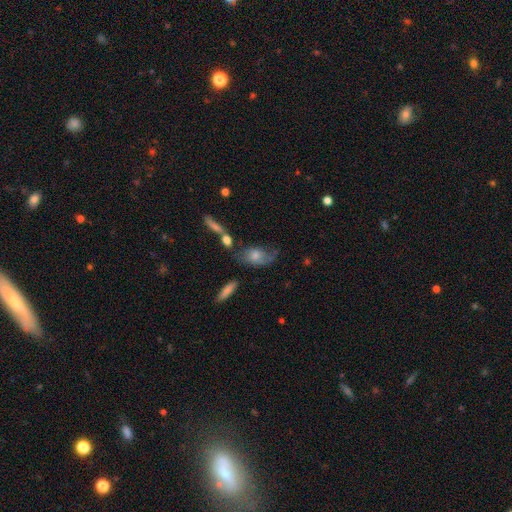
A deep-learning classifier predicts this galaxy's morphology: smooth 59%, featured or disk 33%, star or artifact 8%. Down the decision tree: how rounded — in between (85%); merging — none (36%).